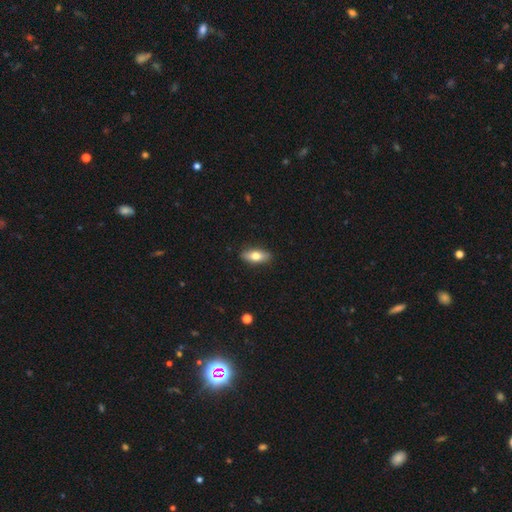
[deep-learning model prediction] Smooth or featured? Predicted: smooth (p=0.70). How rounded? Predicted: in between (p=0.77). Merging? Predicted: none (p=0.89).